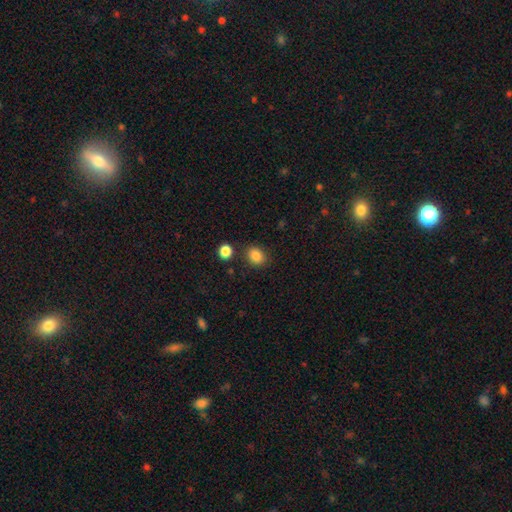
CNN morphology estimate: type=smooth (86%); roundness=round (57%); merging=none (81%).